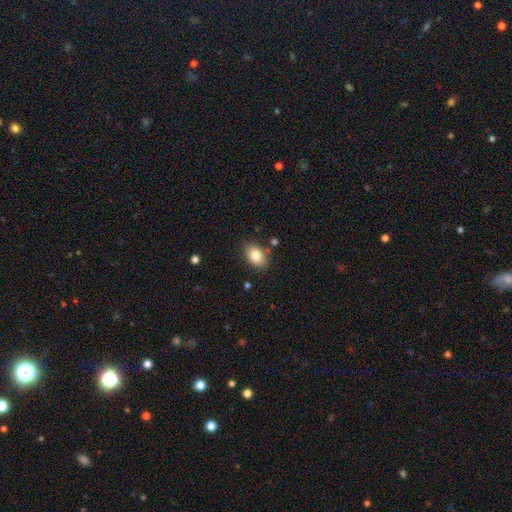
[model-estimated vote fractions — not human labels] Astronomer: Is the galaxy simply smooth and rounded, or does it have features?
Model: smooth — 82%.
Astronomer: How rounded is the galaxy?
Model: in between — 82%.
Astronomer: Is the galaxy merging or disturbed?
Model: none — 81%.